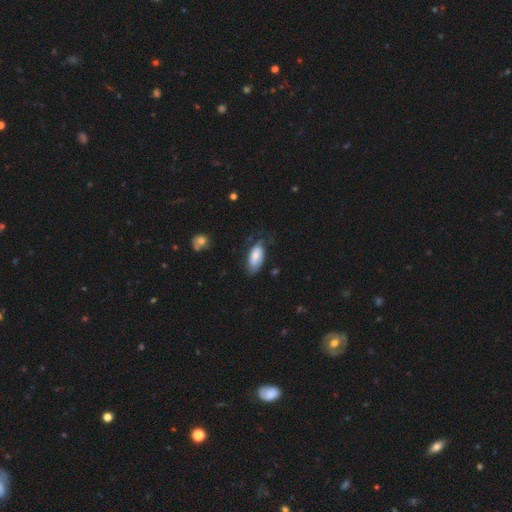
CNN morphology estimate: Smooth or featured? Predicted: smooth (p=0.59). How rounded? Predicted: in between (p=0.90). Merging? Predicted: none (p=0.50).